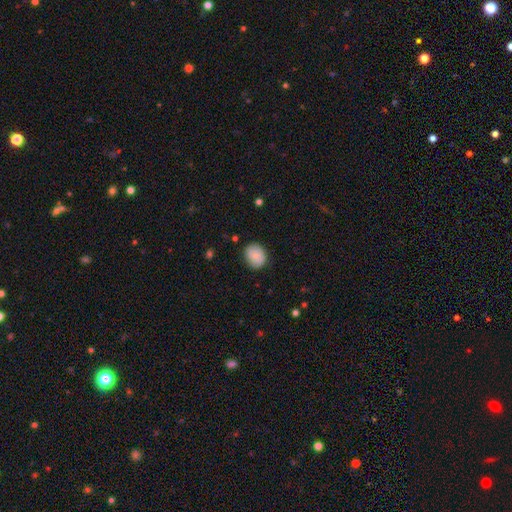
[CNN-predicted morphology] smooth-or-featured: smooth: 83% | featured or disk: 10% | star or artifact: 7%
  how-rounded: round: 52% | in between: 47% | cigar-shaped: 1%
  merging: none: 84% | minor disturbance: 13% | major disturbance: 3% | merger: 1%